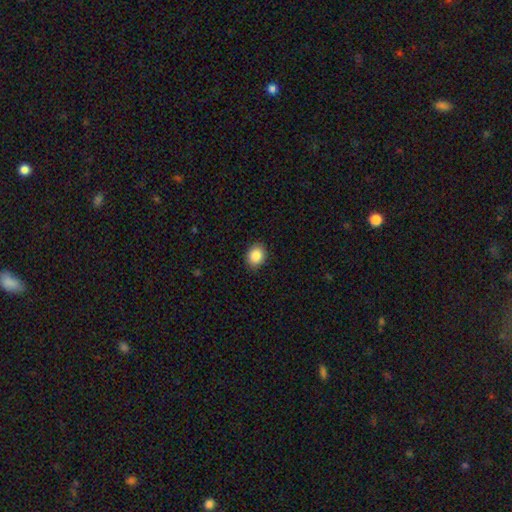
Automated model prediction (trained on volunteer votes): Smooth or featured? Predicted: smooth (p=0.87). How rounded? Predicted: round (p=0.51). Merging? Predicted: none (p=0.89).